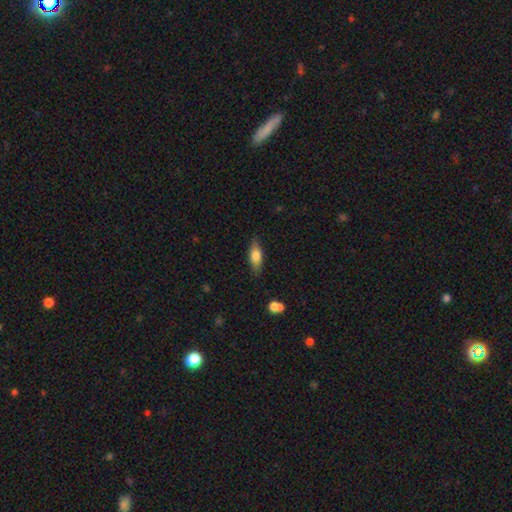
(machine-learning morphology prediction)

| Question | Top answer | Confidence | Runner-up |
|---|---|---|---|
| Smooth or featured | smooth | 70% | featured or disk (23%) |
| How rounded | in between | 70% | cigar-shaped (27%) |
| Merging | none | 82% | minor disturbance (13%) |